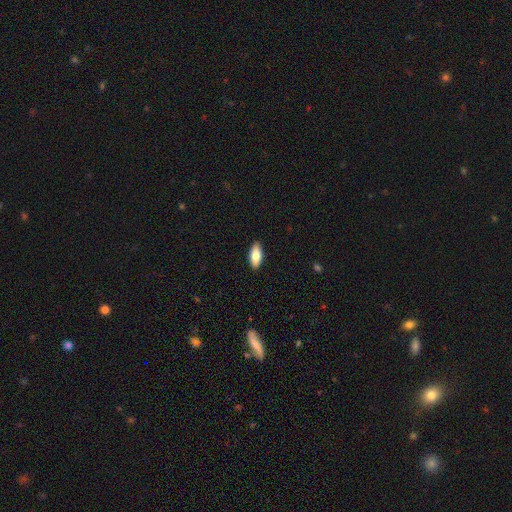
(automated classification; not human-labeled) Q: Smooth or featured?
A: smooth (78%); runner-up: featured or disk (16%)
Q: How rounded?
A: in between (85%); runner-up: cigar-shaped (13%)
Q: Merging?
A: none (90%); runner-up: minor disturbance (8%)